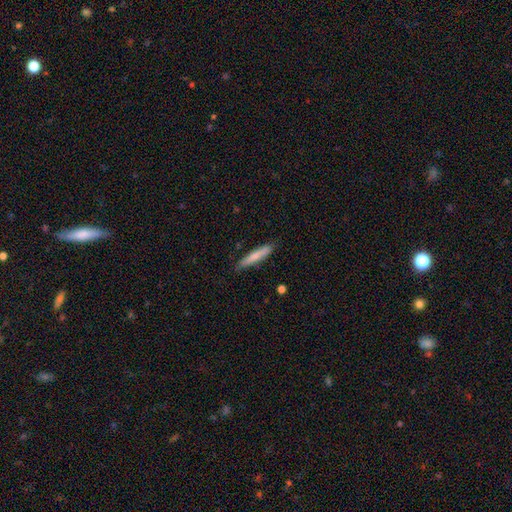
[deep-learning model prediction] Smooth or featured?
  - smooth: 76% *
  - featured or disk: 19%
  - star or artifact: 6%
How rounded?
  - cigar-shaped: 90% *
  - in between: 8%
  - round: 1%
Merging?
  - none: 85% *
  - minor disturbance: 12%
  - major disturbance: 2%
  - merger: 1%